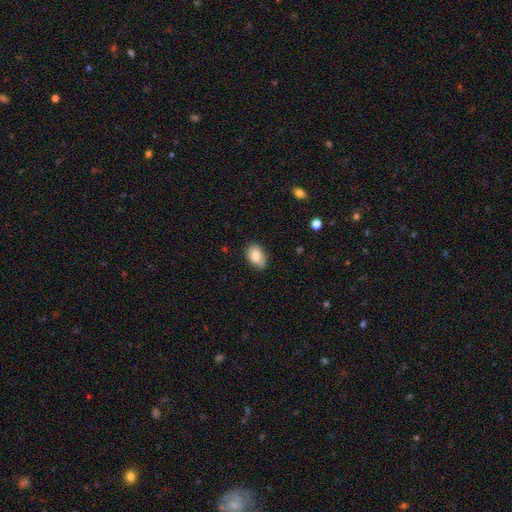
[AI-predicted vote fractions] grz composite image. It shows a smooth galaxy with no disk features (79%) that is in between round and cigar-shaped (88%). Merging: none (69%).